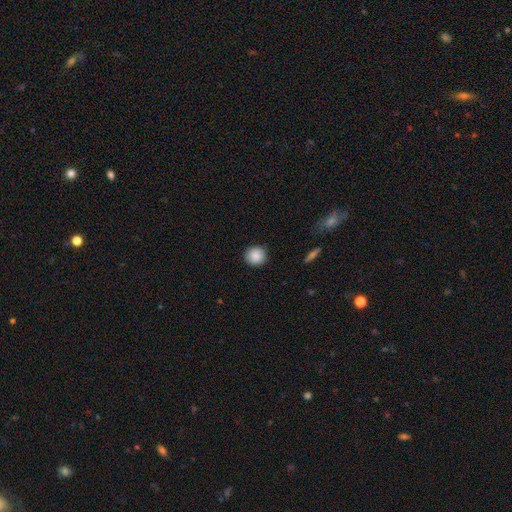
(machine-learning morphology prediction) This appears to be a smooth galaxy with no disk features (88%) that is round (91%). Merging: none (90%).